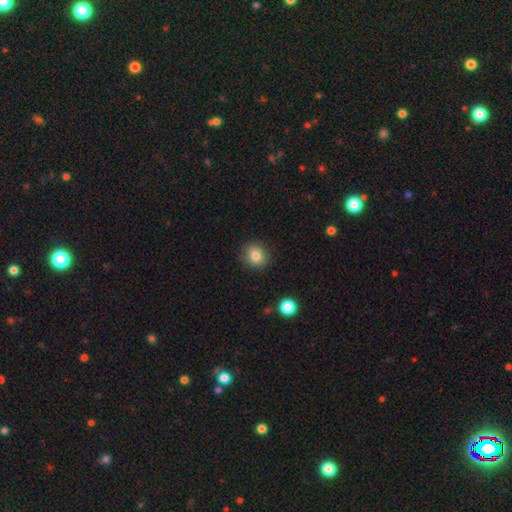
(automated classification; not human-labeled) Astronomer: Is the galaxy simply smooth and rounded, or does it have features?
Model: smooth — 81%.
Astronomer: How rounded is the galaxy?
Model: round — 79%.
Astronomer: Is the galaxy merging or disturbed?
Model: none — 88%.